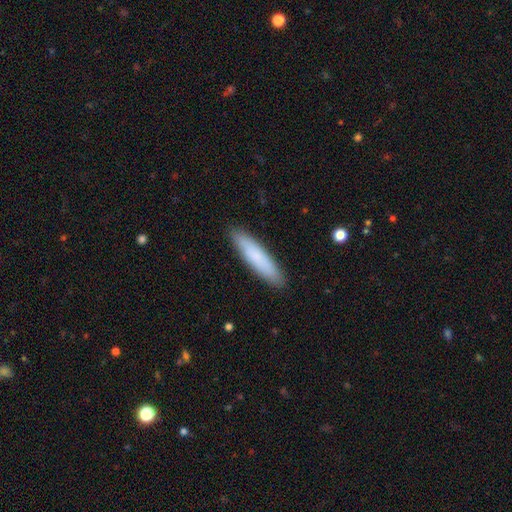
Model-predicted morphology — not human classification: This appears to be a smooth galaxy with no disk features (79%) that is cigar-shaped (82%). Merging: none (90%).